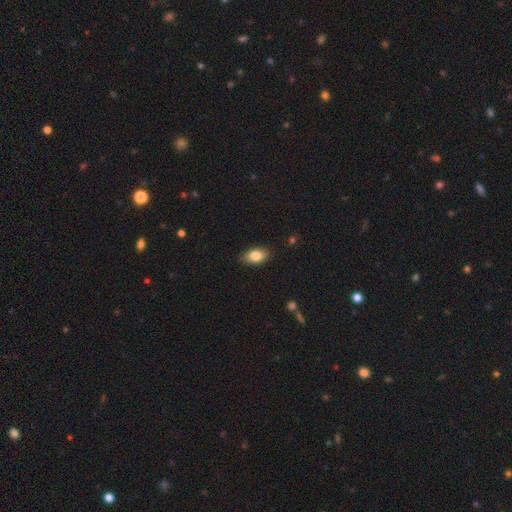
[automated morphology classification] Smooth or featured: smooth — 83% (featured or disk — 10%)
How rounded: in between — 90% (round — 7%)
Merging: none — 86% (minor disturbance — 11%)